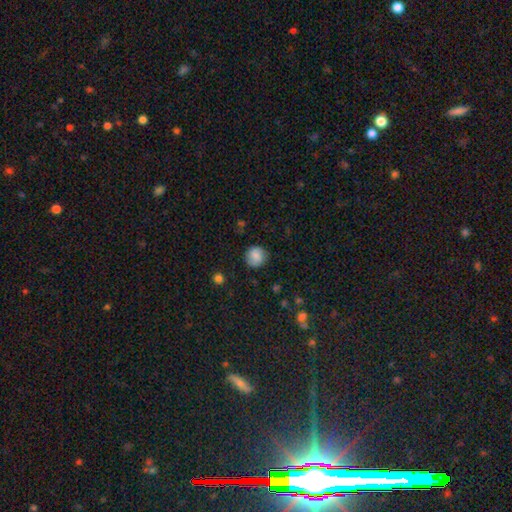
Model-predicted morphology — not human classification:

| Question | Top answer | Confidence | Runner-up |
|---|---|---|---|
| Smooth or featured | smooth | 83% | featured or disk (9%) |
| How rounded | round | 89% | in between (10%) |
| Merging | none | 81% | minor disturbance (14%) |